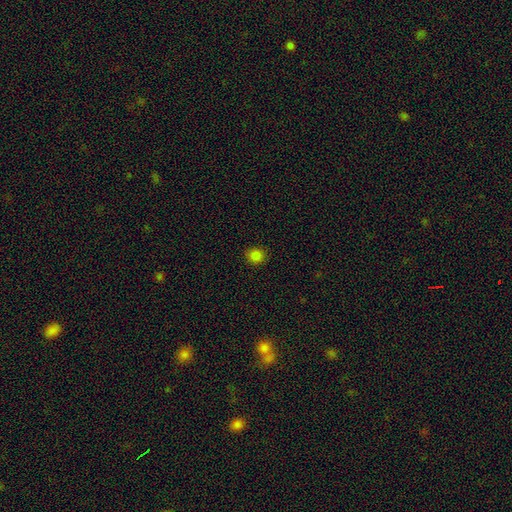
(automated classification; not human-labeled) Q: Smooth or featured?
A: smooth (83%); runner-up: star or artifact (14%)
Q: How rounded?
A: round (86%); runner-up: in between (13%)
Q: Merging?
A: none (90%); runner-up: minor disturbance (7%)